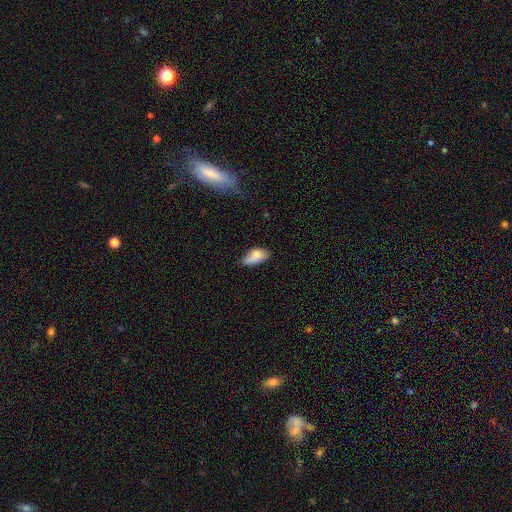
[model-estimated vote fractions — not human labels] Smooth or featured: smooth — 77% (featured or disk — 15%)
How rounded: in between — 90% (cigar-shaped — 6%)
Merging: none — 45% (minor disturbance — 38%)